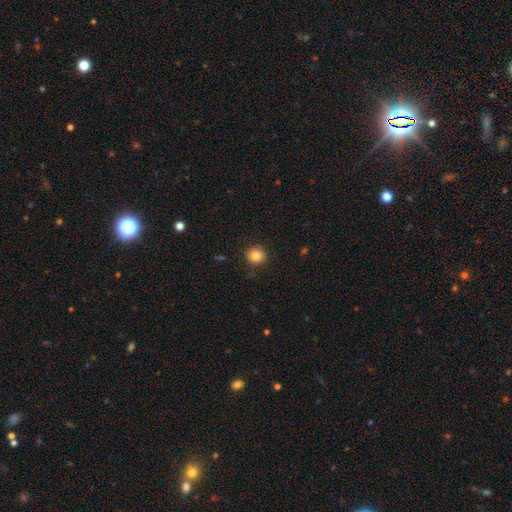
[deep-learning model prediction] Overall: smooth (85%). How rounded: round (88%). Merging: none (89%).